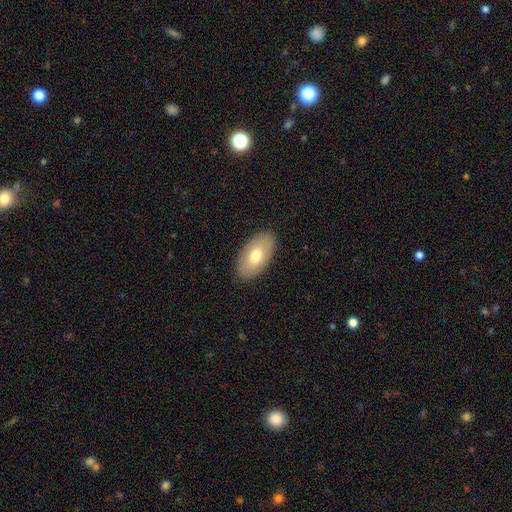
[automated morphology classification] The model was most divided on "smooth or featured": smooth: 70%, featured or disk: 24%, star or artifact: 6%. More confident: how rounded — in between (95%); merging — none (87%).